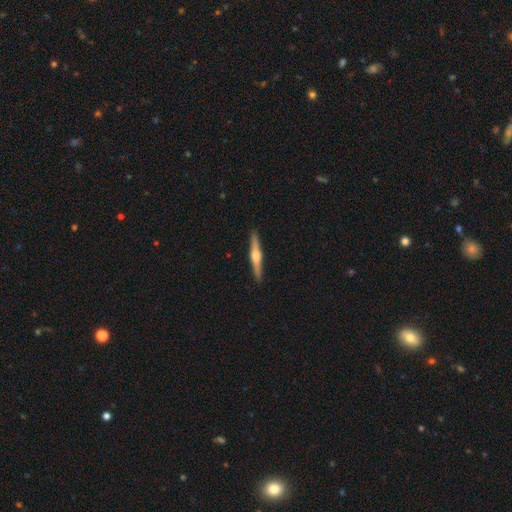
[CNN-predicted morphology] A featured or disk galaxy (73%) viewed edge-on (98%) with a rounded central bulge (92%). Merging: none (92%).